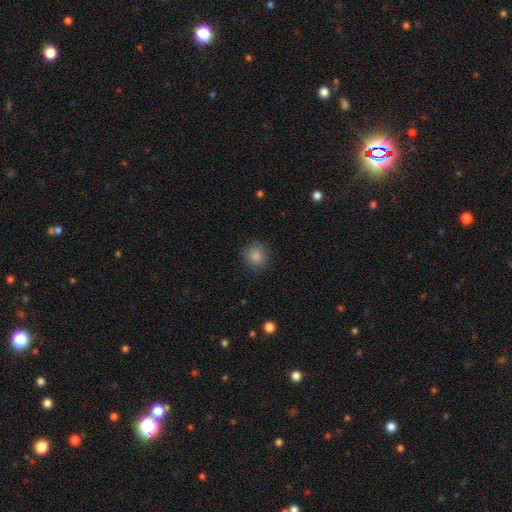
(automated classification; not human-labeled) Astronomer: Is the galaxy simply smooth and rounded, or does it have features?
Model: smooth — 86%.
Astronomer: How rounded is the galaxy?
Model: round — 86%.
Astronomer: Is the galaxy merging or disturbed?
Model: none — 87%.